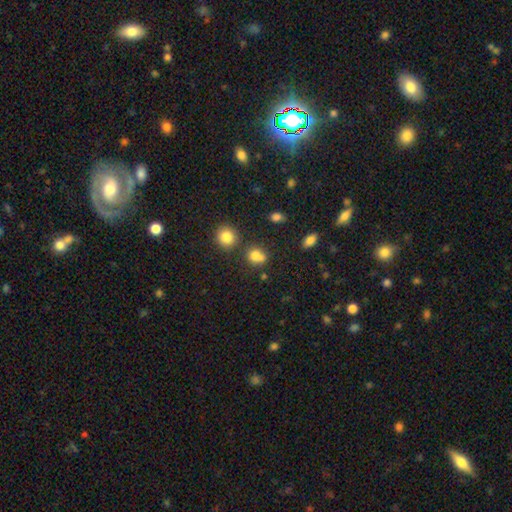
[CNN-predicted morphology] A smooth galaxy with no disk features (76%) that is round (69%).

Vote fractions:
- Smooth or featured? smooth: 76% / star or artifact: 14% / featured or disk: 10%
- How rounded? round: 69% / in between: 29% / cigar-shaped: 1%
- Merging? none: 50% / merger: 30% / minor disturbance: 14% / major disturbance: 6%